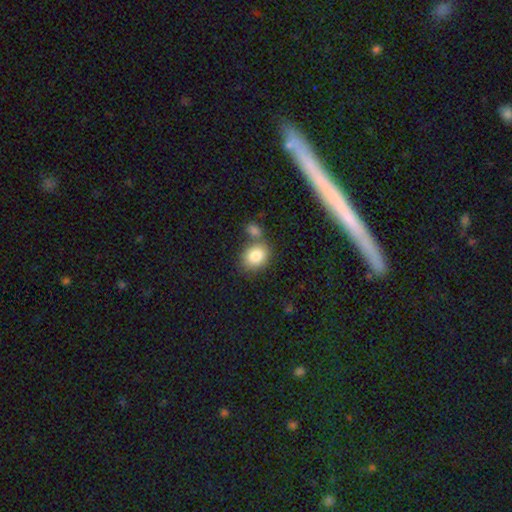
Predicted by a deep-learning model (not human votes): Smooth or featured?
  - smooth: 84% *
  - star or artifact: 8%
  - featured or disk: 8%
How rounded?
  - in between: 50% *
  - round: 49%
  - cigar-shaped: 1%
Merging?
  - none: 55% *
  - merger: 29%
  - minor disturbance: 12%
  - major disturbance: 4%